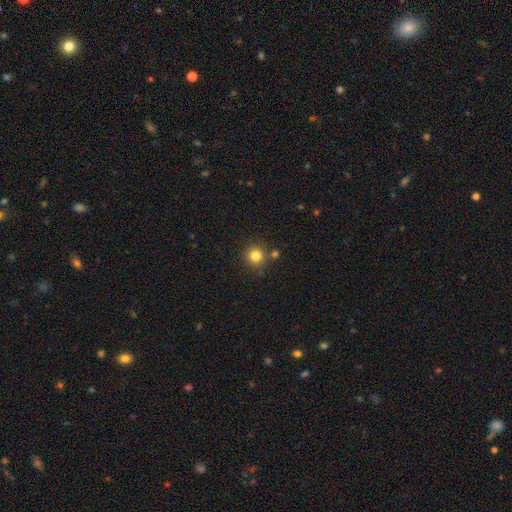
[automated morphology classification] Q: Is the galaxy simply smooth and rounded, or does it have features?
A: smooth — 82%.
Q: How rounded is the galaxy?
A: round — 94%.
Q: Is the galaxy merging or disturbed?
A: none — 81%.